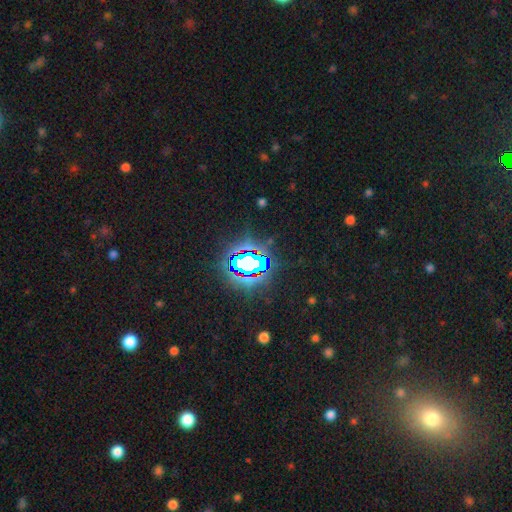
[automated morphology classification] Smooth or featured?
  - star or artifact: 82% *
  - smooth: 11%
  - featured or disk: 7%